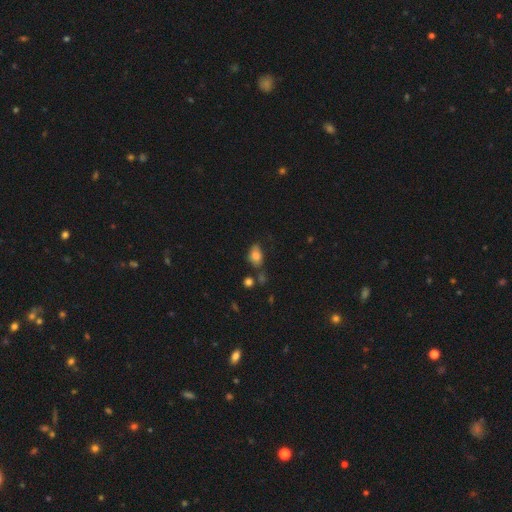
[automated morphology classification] This is clearly a smooth galaxy (81%). How rounded: clearly in between (84%). Merging: possibly none (60%).